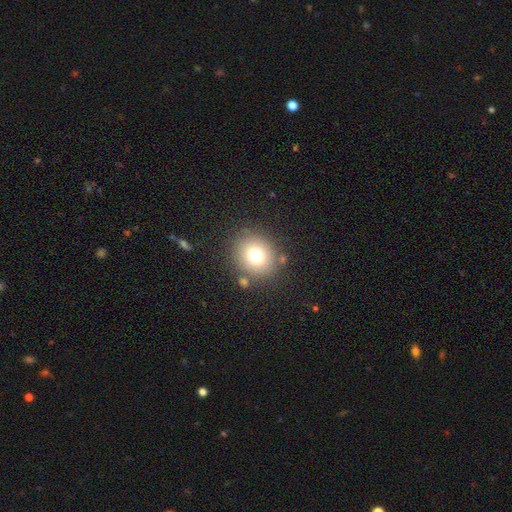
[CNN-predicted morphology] Smooth or featured?
  - smooth: 74% *
  - star or artifact: 14%
  - featured or disk: 12%
How rounded?
  - round: 84% *
  - in between: 15%
  - cigar-shaped: 1%
Merging?
  - none: 83% *
  - minor disturbance: 9%
  - merger: 4%
  - major disturbance: 4%